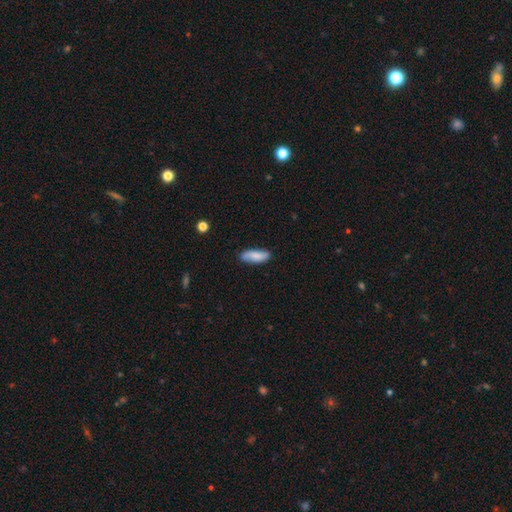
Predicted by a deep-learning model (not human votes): smooth-or-featured: smooth: 74% | featured or disk: 19% | star or artifact: 6%
  how-rounded: in between: 60% | cigar-shaped: 37% | round: 2%
  merging: none: 79% | minor disturbance: 17% | major disturbance: 3% | merger: 2%